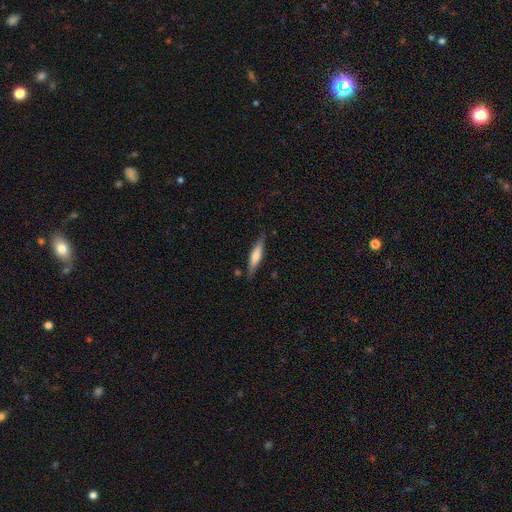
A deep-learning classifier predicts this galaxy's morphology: Smooth or featured? Predicted: smooth (p=0.51). How rounded? Predicted: cigar-shaped (p=0.84). Merging? Predicted: none (p=0.82).